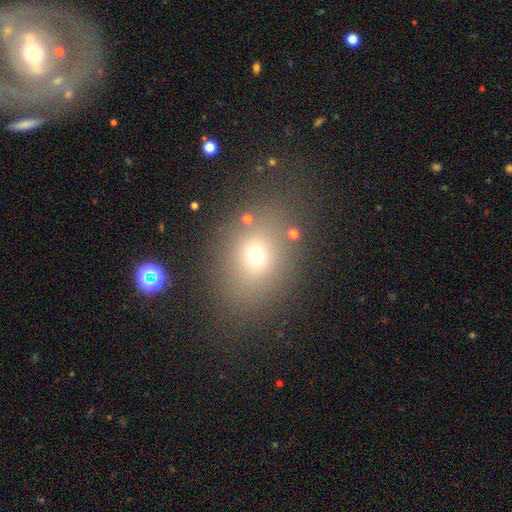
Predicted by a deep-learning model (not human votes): This appears to be a smooth galaxy with no disk features (67%) that is in between round and cigar-shaped (53%). Merging: none (78%).